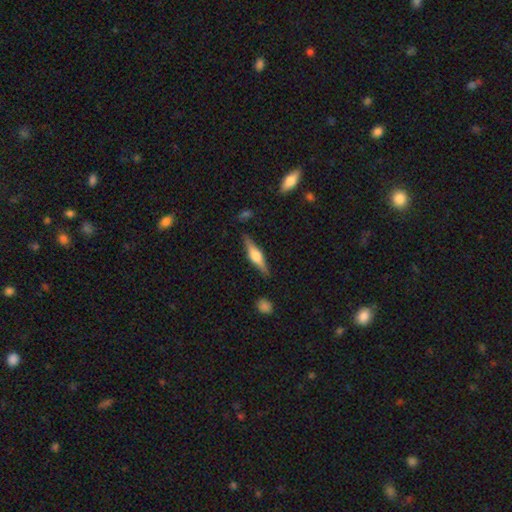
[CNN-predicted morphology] The model was most divided on "smooth or featured": featured or disk: 62%, smooth: 32%, star or artifact: 6%. More confident: edge-on disk — yes (96%); edge-on bulge — rounded (89%); merging — none (87%).